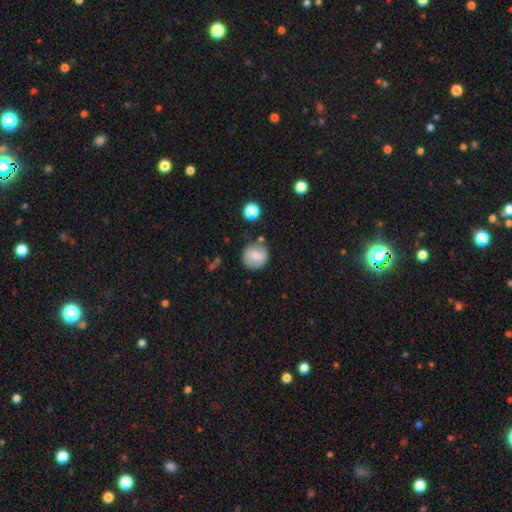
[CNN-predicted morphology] Smooth or featured: smooth — 75% (featured or disk — 16%)
How rounded: round — 87% (in between — 12%)
Merging: none — 74% (minor disturbance — 16%)